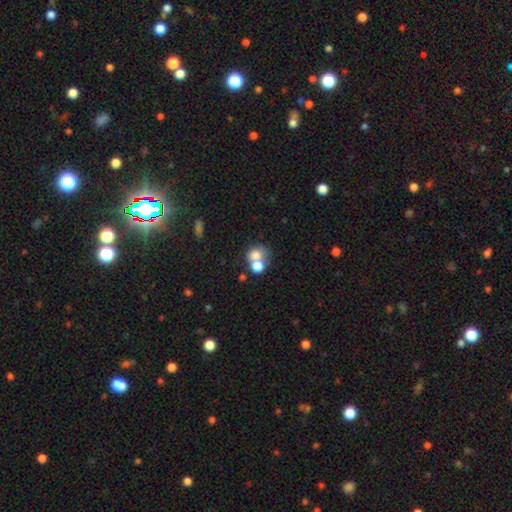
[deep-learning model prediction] The model was most divided on "how rounded": round: 60%, in between: 39%, cigar-shaped: 1%. More confident: smooth or featured — smooth (72%); merging — merger (55%).